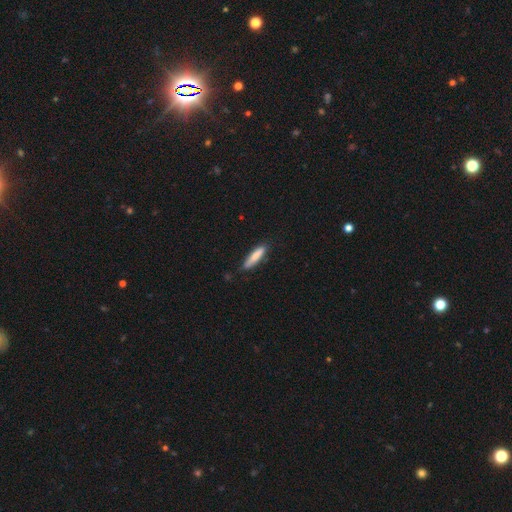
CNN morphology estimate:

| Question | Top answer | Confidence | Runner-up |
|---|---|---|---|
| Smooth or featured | smooth | 78% | featured or disk (16%) |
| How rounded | cigar-shaped | 80% | in between (18%) |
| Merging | none | 81% | minor disturbance (15%) |